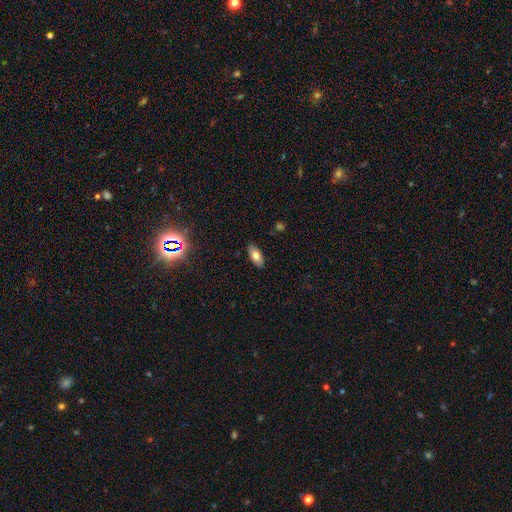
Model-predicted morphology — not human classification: A smooth galaxy with no disk features (75%) that is in between round and cigar-shaped (89%).

Vote fractions:
- Smooth or featured? smooth: 75% / featured or disk: 17% / star or artifact: 8%
- How rounded? in between: 89% / cigar-shaped: 8% / round: 3%
- Merging? none: 88% / minor disturbance: 9% / major disturbance: 2% / merger: 1%